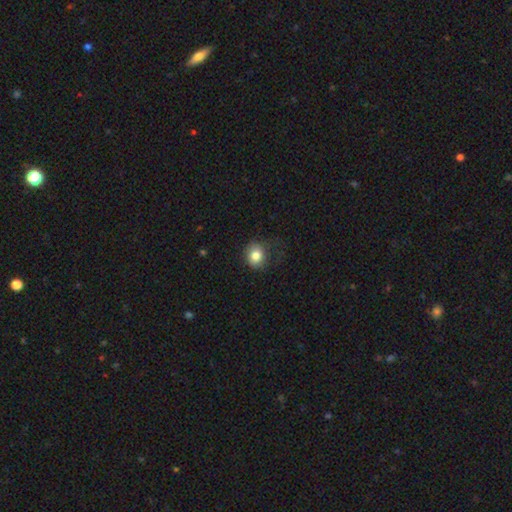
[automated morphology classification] smooth-or-featured: smooth: 82% | star or artifact: 10% | featured or disk: 8%
  how-rounded: round: 69% | in between: 30% | cigar-shaped: 1%
  merging: none: 67% | minor disturbance: 22% | major disturbance: 10% | merger: 1%